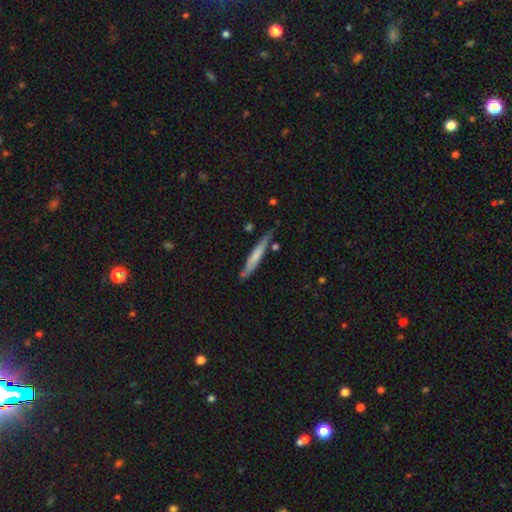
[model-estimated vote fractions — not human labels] Morphology: type=smooth (64%); roundness=cigar-shaped (94%); merging=none (76%).